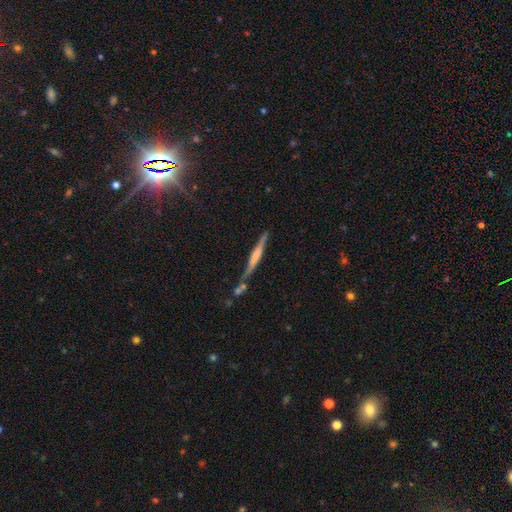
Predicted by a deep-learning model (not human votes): smooth-or-featured: featured or disk: 57% | smooth: 37% | star or artifact: 6%
  disk-edge-on: yes: 95% | no: 5%
    edge-on-bulge: rounded: 37% | none: 36% | boxy: 27%
  merging: none: 67% | minor disturbance: 17% | merger: 11% | major disturbance: 5%